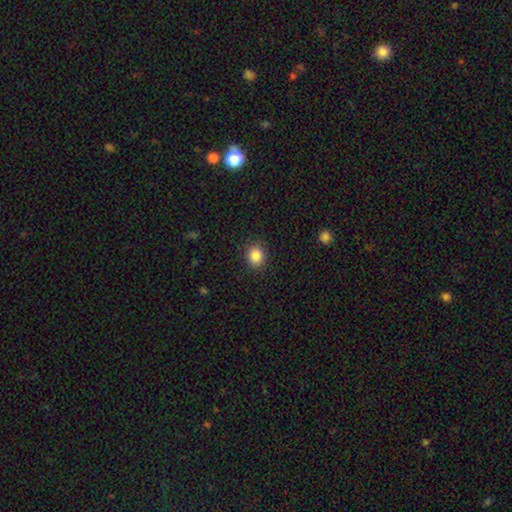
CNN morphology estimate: Smooth or featured?
  - smooth: 85% *
  - star or artifact: 10%
  - featured or disk: 5%
How rounded?
  - round: 64% *
  - in between: 35%
  - cigar-shaped: 1%
Merging?
  - none: 89% *
  - minor disturbance: 8%
  - major disturbance: 2%
  - merger: 1%